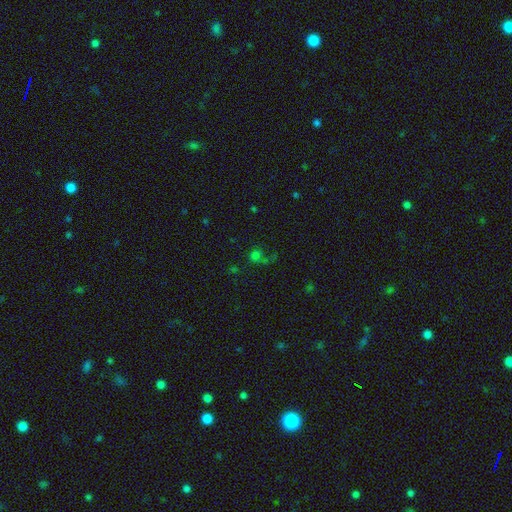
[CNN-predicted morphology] A smooth galaxy with no disk features (54%) that is round (77%). Merging: none (46%).